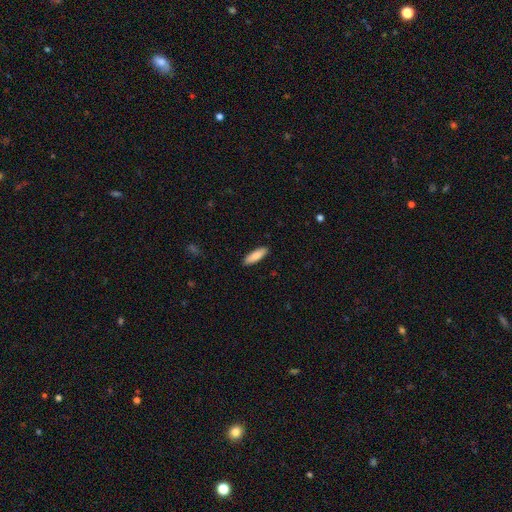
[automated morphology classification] Smooth or featured? Predicted: smooth (p=0.86). How rounded? Predicted: cigar-shaped (p=0.53). Merging? Predicted: none (p=0.90).